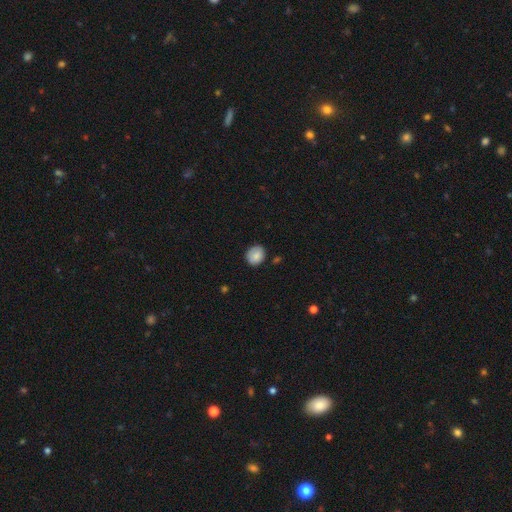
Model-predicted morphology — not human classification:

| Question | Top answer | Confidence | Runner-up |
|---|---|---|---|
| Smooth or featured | smooth | 85% | star or artifact (8%) |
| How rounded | round | 70% | in between (29%) |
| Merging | none | 81% | minor disturbance (15%) |